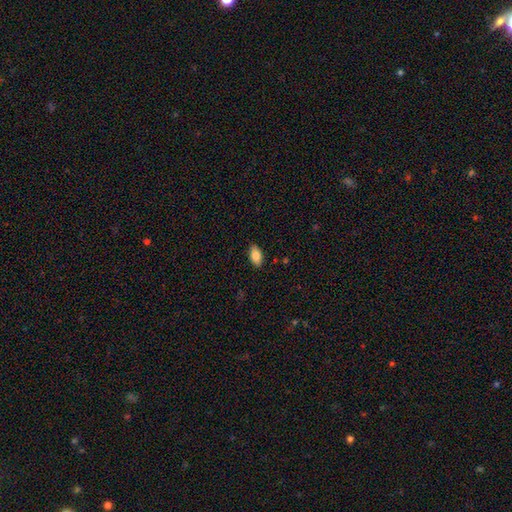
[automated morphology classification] The model was most divided on "smooth or featured": smooth: 82%, featured or disk: 10%, star or artifact: 7%. More confident: how rounded — in between (92%); merging — none (88%).